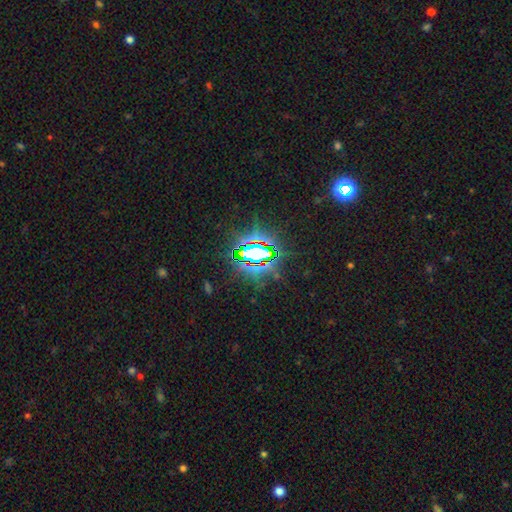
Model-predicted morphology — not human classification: smooth_or_featured: star or artifact (p=0.83) [alt: smooth p=0.10]